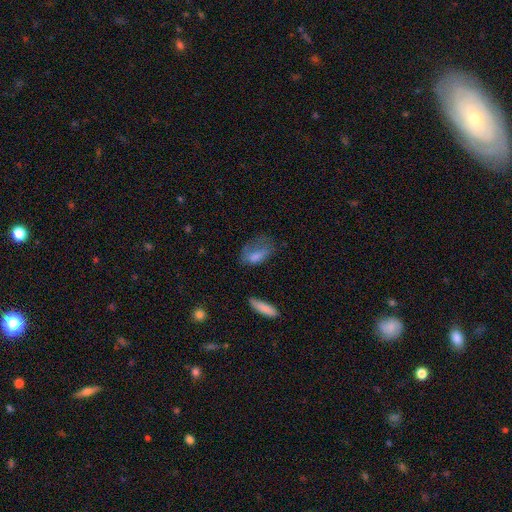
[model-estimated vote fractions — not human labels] Q: Smooth or featured?
A: smooth (69%); runner-up: featured or disk (21%)
Q: How rounded?
A: in between (83%); runner-up: cigar-shaped (9%)
Q: Merging?
A: major disturbance (37%); runner-up: none (33%)